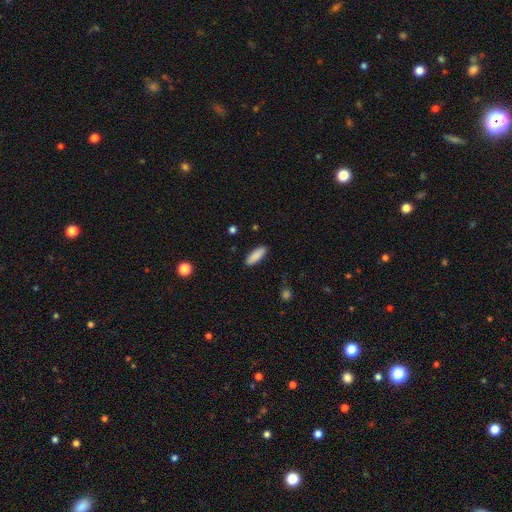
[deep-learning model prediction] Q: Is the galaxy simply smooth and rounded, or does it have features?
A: smooth — 89%.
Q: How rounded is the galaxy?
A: in between — 57%.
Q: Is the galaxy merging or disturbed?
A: none — 89%.